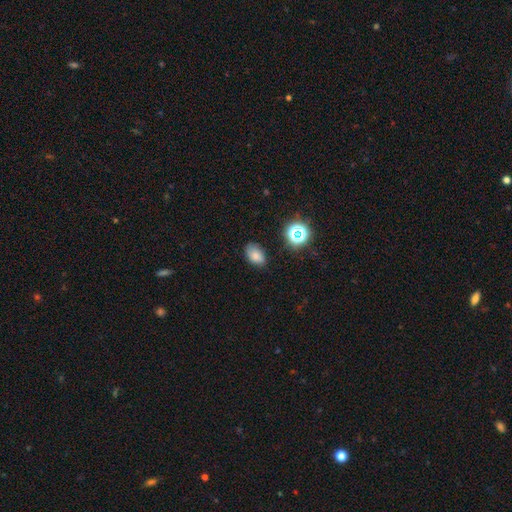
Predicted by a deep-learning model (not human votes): smooth-or-featured: smooth: 76% | star or artifact: 15% | featured or disk: 9%
  how-rounded: in between: 86% | round: 13% | cigar-shaped: 1%
  merging: none: 75% | minor disturbance: 19% | major disturbance: 4% | merger: 2%